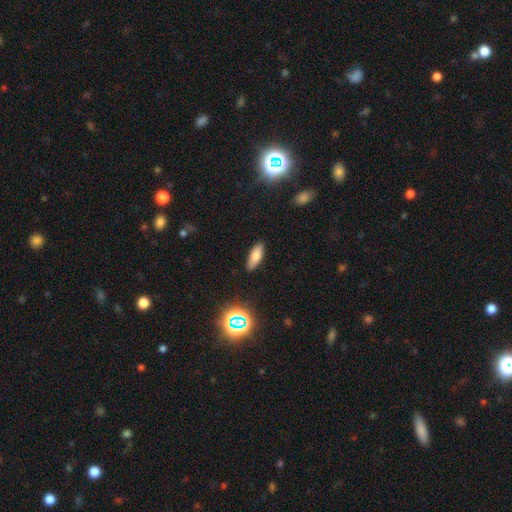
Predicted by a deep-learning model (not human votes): A smooth galaxy with no disk features (77%) that is in between round and cigar-shaped (68%).

Vote fractions:
- Smooth or featured? smooth: 77% / featured or disk: 12% / star or artifact: 12%
- How rounded? in between: 68% / cigar-shaped: 29% / round: 3%
- Merging? none: 86% / minor disturbance: 10% / major disturbance: 2% / merger: 1%